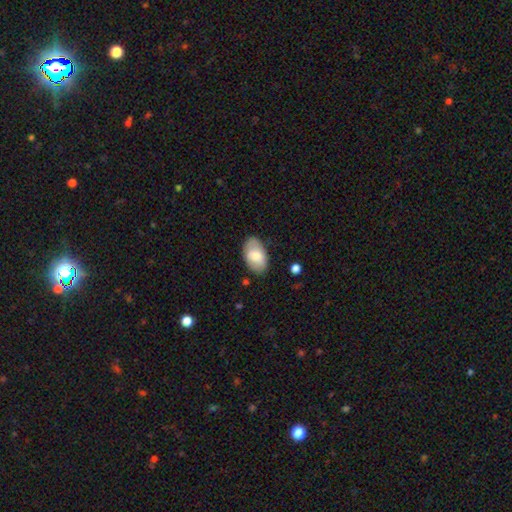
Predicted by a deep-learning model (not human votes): smooth 74%, featured or disk 20%, star or artifact 6%. Down the decision tree: how rounded — in between (94%); merging — none (79%).